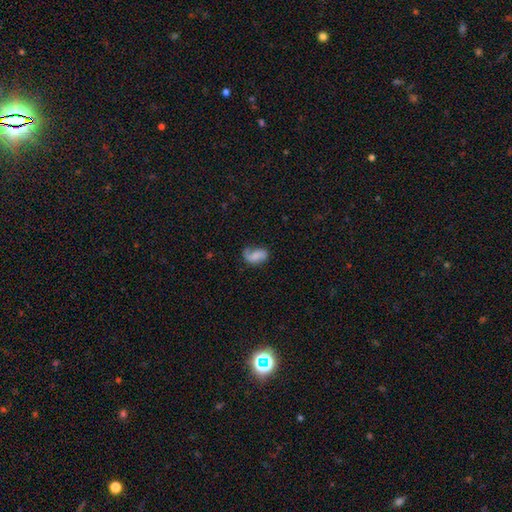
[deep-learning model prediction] Morphology: type=featured or disk (47%); merging=none (50%).